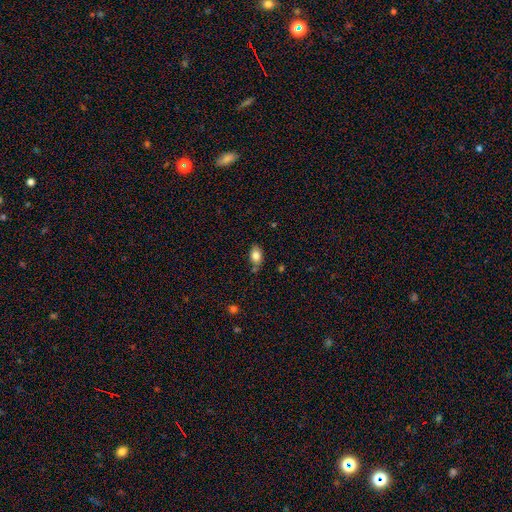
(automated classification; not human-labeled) A smooth galaxy with no disk features (81%) that is in between round and cigar-shaped (85%).

Vote fractions:
- Smooth or featured? smooth: 81% / featured or disk: 10% / star or artifact: 9%
- How rounded? in between: 85% / round: 13% / cigar-shaped: 2%
- Merging? none: 69% / minor disturbance: 20% / merger: 7% / major disturbance: 4%